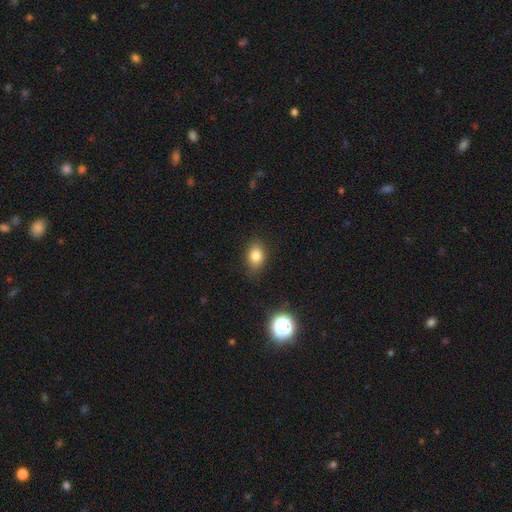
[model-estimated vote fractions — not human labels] Q: Smooth or featured?
A: smooth (81%); runner-up: star or artifact (11%)
Q: How rounded?
A: in between (76%); runner-up: round (23%)
Q: Merging?
A: none (82%); runner-up: minor disturbance (13%)